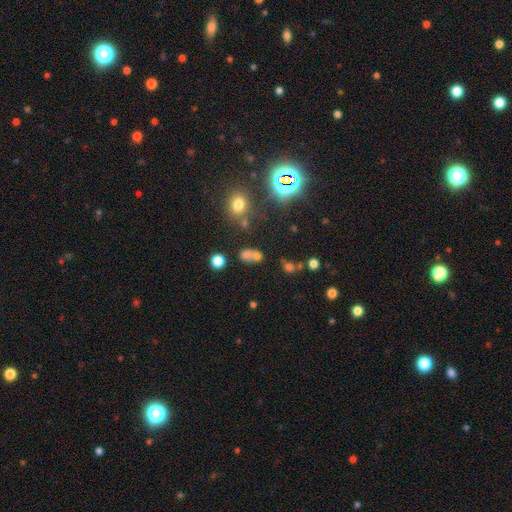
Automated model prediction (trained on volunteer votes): smooth-or-featured: smooth: 63% | star or artifact: 22% | featured or disk: 15%
  how-rounded: in between: 57% | round: 41% | cigar-shaped: 3%
  merging: merger: 47% | none: 34% | minor disturbance: 11% | major disturbance: 8%